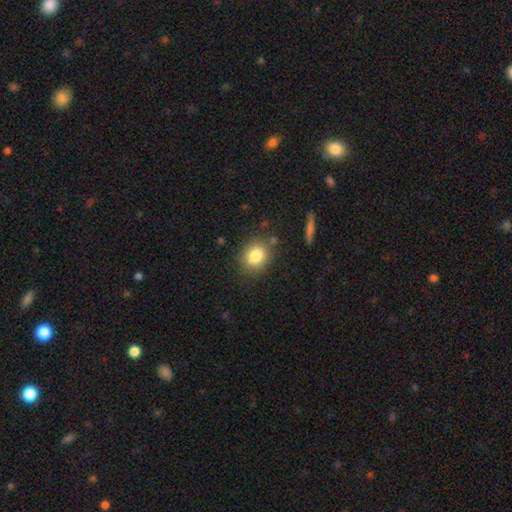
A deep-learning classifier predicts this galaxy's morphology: Overall: smooth (82%). How rounded: round (65%; in between 34%). Merging: none (84%).